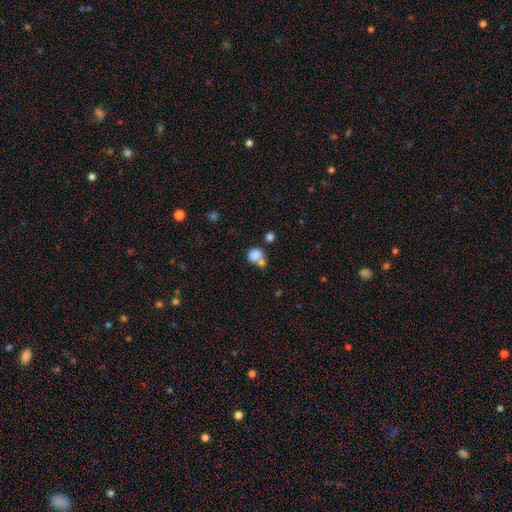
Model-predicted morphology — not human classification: smooth_or_featured: smooth (p=0.82) [alt: star or artifact p=0.10]
how_rounded: round (p=0.75) [alt: in between p=0.24]
merging: merger (p=0.43) [alt: none p=0.41]